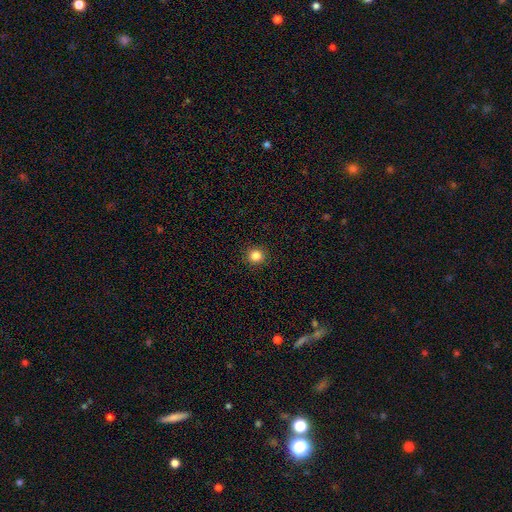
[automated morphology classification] Overall: smooth (85%). How rounded: round (92%). Merging: none (92%).